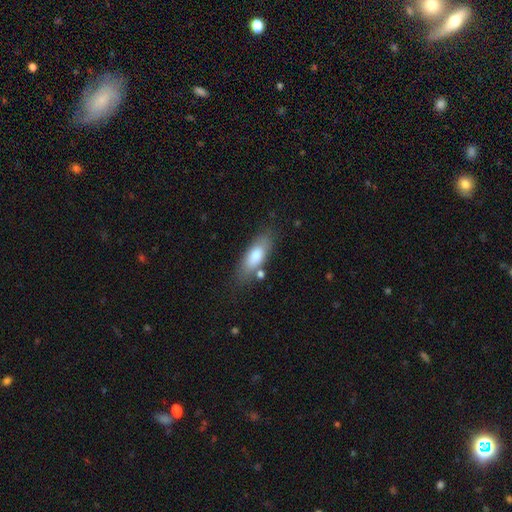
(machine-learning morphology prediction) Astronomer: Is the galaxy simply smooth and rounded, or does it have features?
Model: smooth — 75%.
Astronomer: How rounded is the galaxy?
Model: in between — 71%.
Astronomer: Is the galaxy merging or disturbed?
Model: none — 72%.